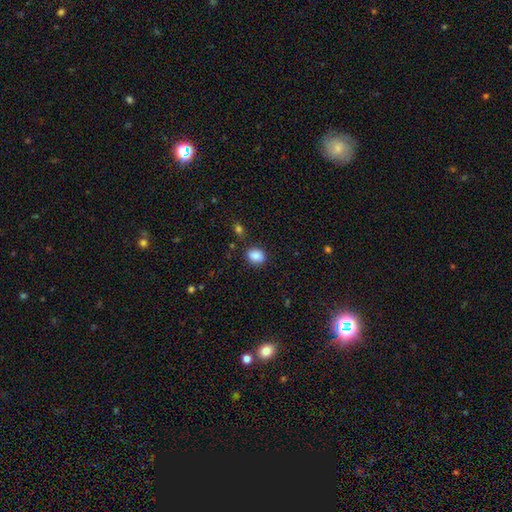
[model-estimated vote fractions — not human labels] Morphology: type=smooth (86%); roundness=in between (54%); merging=none (81%).